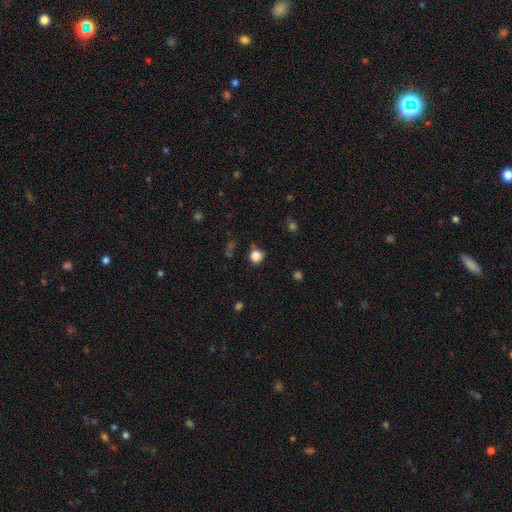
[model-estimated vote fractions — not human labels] Smooth or featured? smooth (83%)
How rounded? round (80%)
Merging? none (74%)